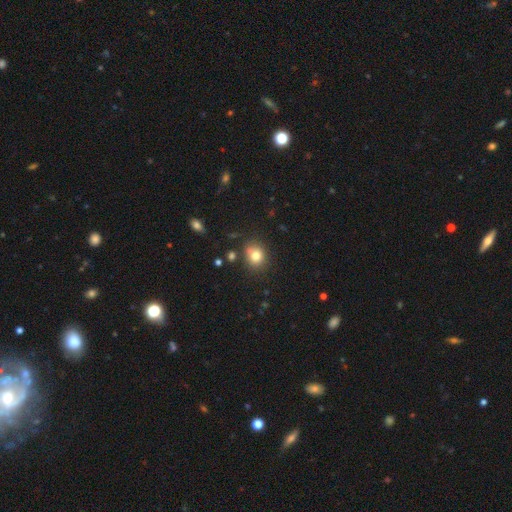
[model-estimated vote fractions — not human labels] A smooth galaxy with no disk features (78%) that is round (71%).

Vote fractions:
- Smooth or featured? smooth: 78% / star or artifact: 12% / featured or disk: 10%
- How rounded? round: 71% / in between: 28% / cigar-shaped: 1%
- Merging? none: 74% / minor disturbance: 14% / merger: 8% / major disturbance: 4%